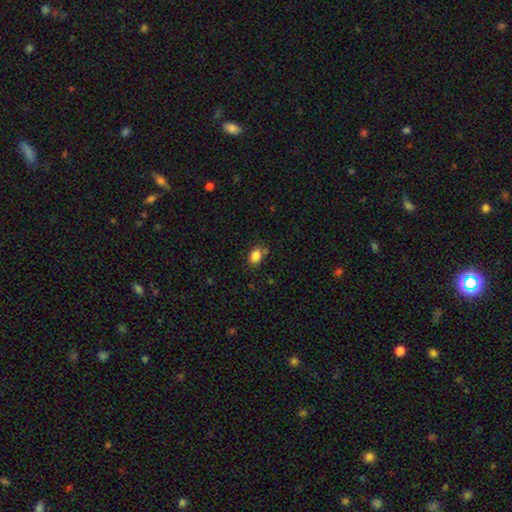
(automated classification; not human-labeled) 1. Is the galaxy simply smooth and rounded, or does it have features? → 85% smooth, 10% star or artifact, 5% featured or disk.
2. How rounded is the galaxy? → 67% in between, 32% round, 1% cigar-shaped.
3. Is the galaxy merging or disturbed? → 73% none, 15% minor disturbance, 8% merger, 4% major disturbance.